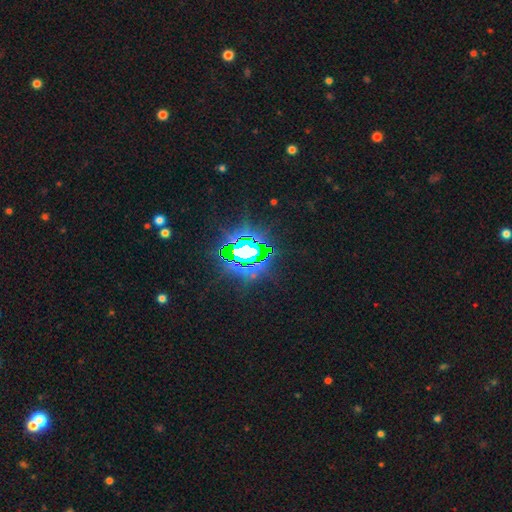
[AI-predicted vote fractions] smooth_or_featured: star or artifact (p=0.85) [alt: smooth p=0.08]